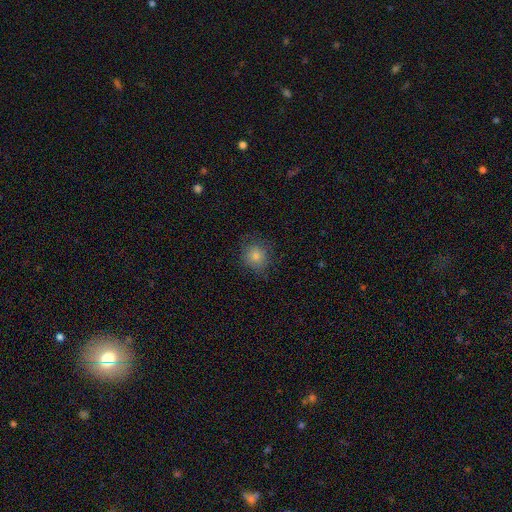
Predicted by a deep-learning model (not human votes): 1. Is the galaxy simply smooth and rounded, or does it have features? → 77% smooth, 13% star or artifact, 10% featured or disk.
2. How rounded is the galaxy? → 89% round, 11% in between, 1% cigar-shaped.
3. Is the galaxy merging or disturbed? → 81% none, 14% minor disturbance, 4% major disturbance, 1% merger.